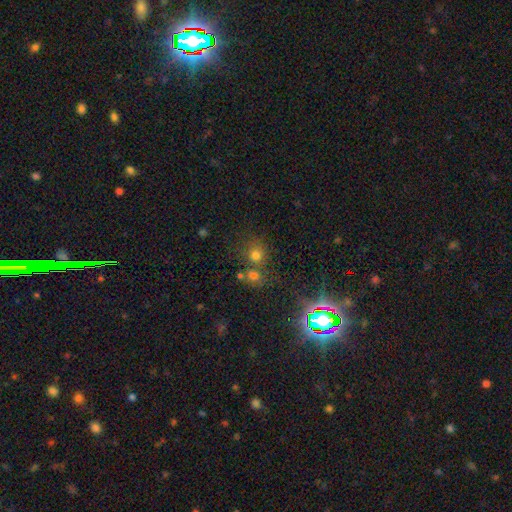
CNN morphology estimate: A smooth galaxy with no disk features (52%) that is round (85%). Merging: none (60%).